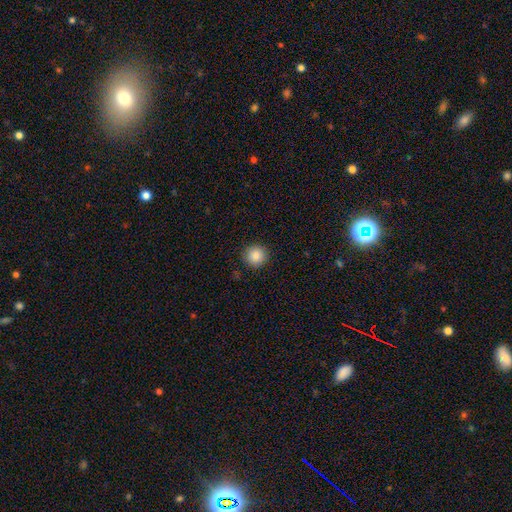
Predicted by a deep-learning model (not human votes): smooth_or_featured: smooth (p=0.88) [alt: star or artifact p=0.09]
how_rounded: round (p=0.94) [alt: in between p=0.05]
merging: none (p=0.91) [alt: minor disturbance p=0.06]